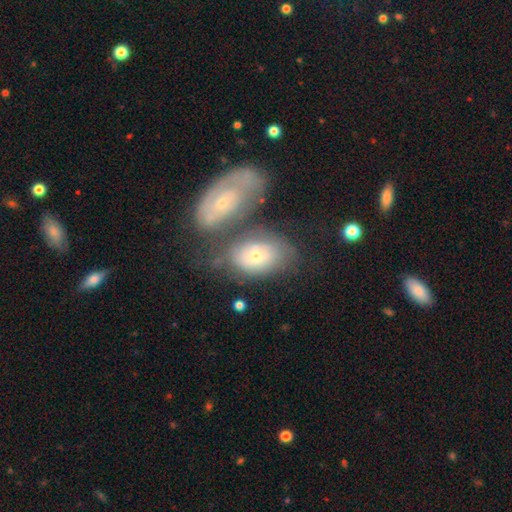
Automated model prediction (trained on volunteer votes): This is possibly a smooth galaxy (47%). Merging: marginally none (39%).